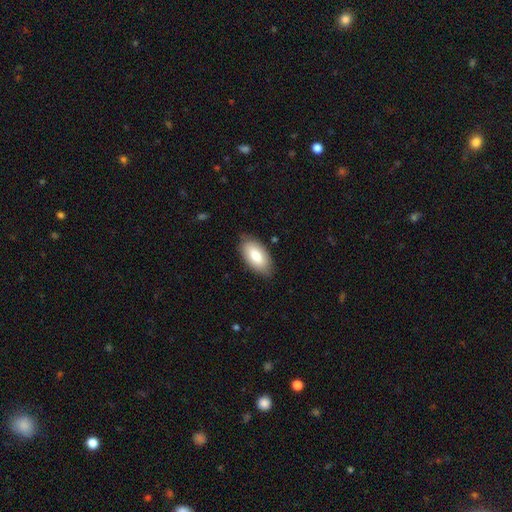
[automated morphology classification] smooth-or-featured: smooth: 78% | featured or disk: 16% | star or artifact: 6%
  how-rounded: in between: 94% | cigar-shaped: 4% | round: 3%
  merging: none: 83% | minor disturbance: 14% | major disturbance: 3% | merger: 1%